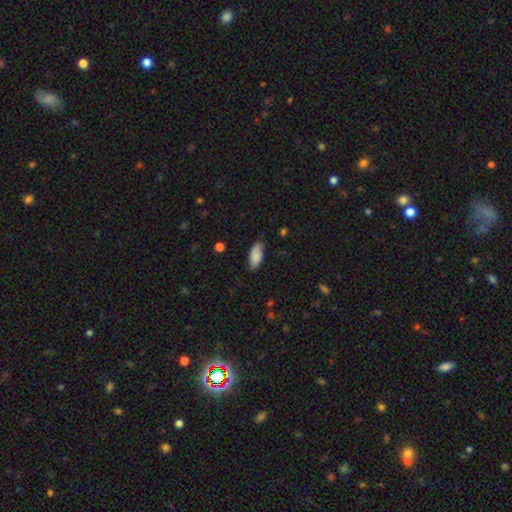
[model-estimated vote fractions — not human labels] smooth 82%, featured or disk 12%, star or artifact 7%. Down the decision tree: how rounded — in between (90%); merging — none (73%).